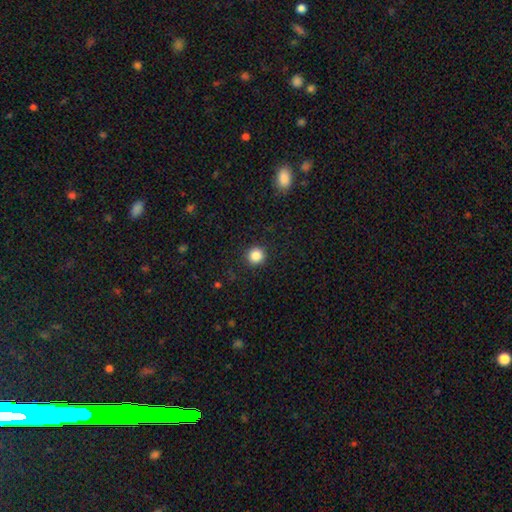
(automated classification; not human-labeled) Smooth or featured? Predicted: smooth (p=0.85). How rounded? Predicted: round (p=0.94). Merging? Predicted: none (p=0.92).